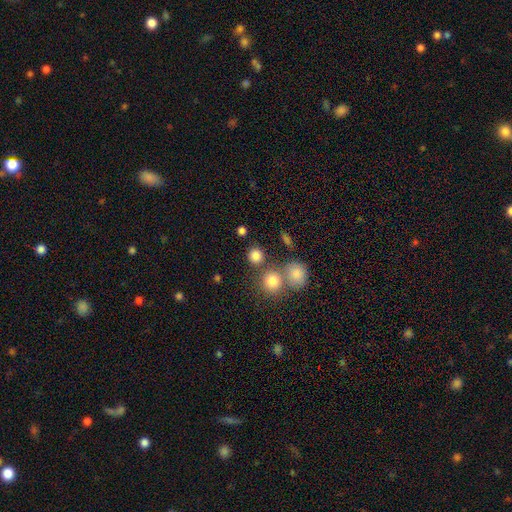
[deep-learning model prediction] Smooth or featured: smooth — 82% (star or artifact — 13%)
How rounded: round — 88% (in between — 11%)
Merging: none — 70% (merger — 18%)